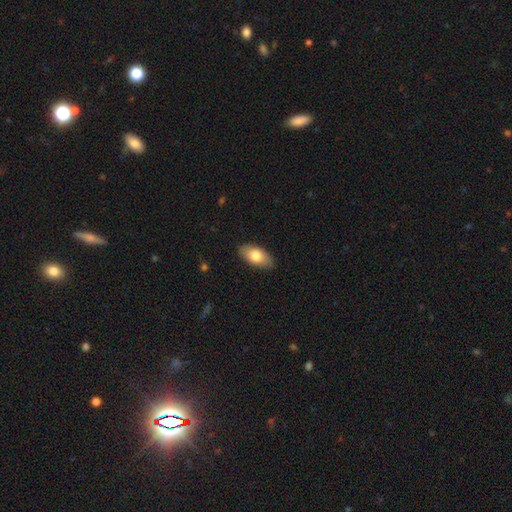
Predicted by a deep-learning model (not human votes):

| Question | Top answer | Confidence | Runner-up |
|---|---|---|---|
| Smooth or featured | smooth | 76% | featured or disk (18%) |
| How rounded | in between | 92% | cigar-shaped (5%) |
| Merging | none | 87% | minor disturbance (10%) |